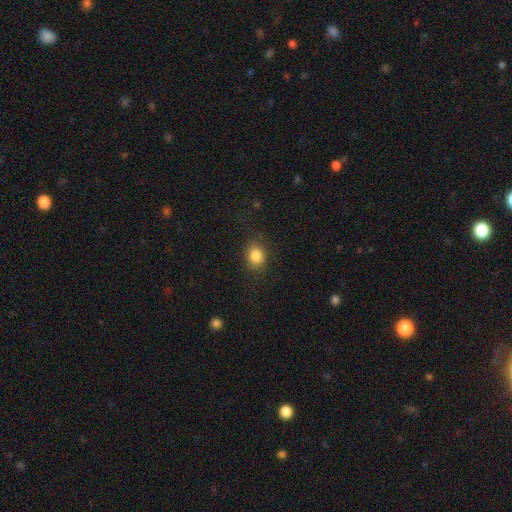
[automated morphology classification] smooth 84%, star or artifact 10%, featured or disk 5%. Down the decision tree: how rounded — round (59%); merging — none (84%).